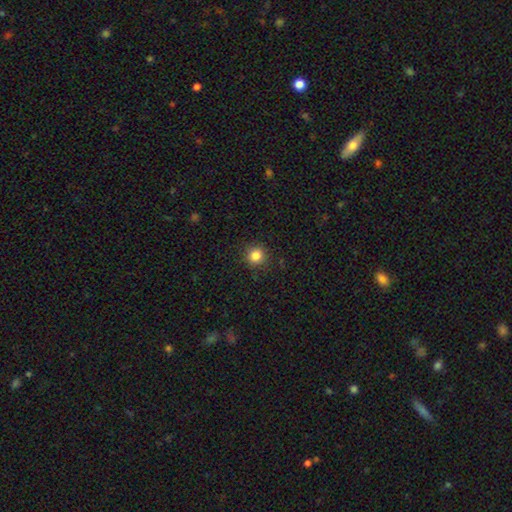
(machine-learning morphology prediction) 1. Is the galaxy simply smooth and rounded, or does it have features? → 84% smooth, 11% star or artifact, 4% featured or disk.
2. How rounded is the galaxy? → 93% round, 6% in between, 1% cigar-shaped.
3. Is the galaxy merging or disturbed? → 90% none, 7% minor disturbance, 2% major disturbance, 1% merger.